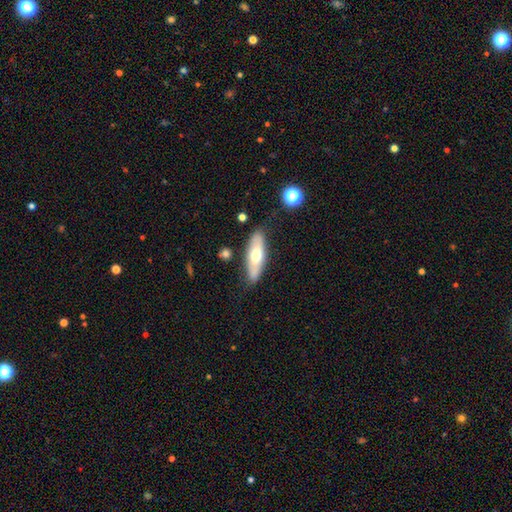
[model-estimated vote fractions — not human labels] A smooth galaxy with no disk features (57%) that is in between round and cigar-shaped (55%). Merging: none (78%).